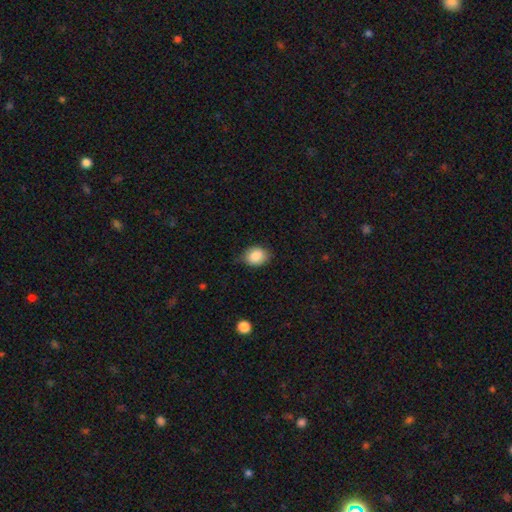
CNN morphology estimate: A smooth galaxy with no disk features (84%) that is in between round and cigar-shaped (59%). Merging: none (71%).